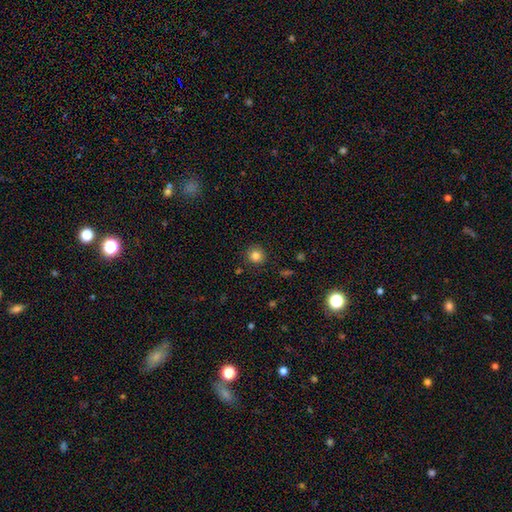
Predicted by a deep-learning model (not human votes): smooth-or-featured: smooth: 83% | star or artifact: 11% | featured or disk: 6%
  how-rounded: round: 92% | in between: 7% | cigar-shaped: 1%
  merging: none: 88% | minor disturbance: 8% | major disturbance: 2% | merger: 1%